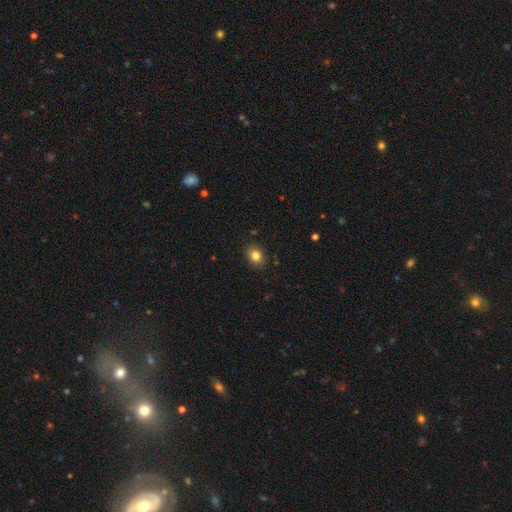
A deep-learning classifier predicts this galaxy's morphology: Q: Smooth or featured?
A: smooth (83%); runner-up: star or artifact (10%)
Q: How rounded?
A: in between (50%); runner-up: round (49%)
Q: Merging?
A: none (88%); runner-up: minor disturbance (9%)